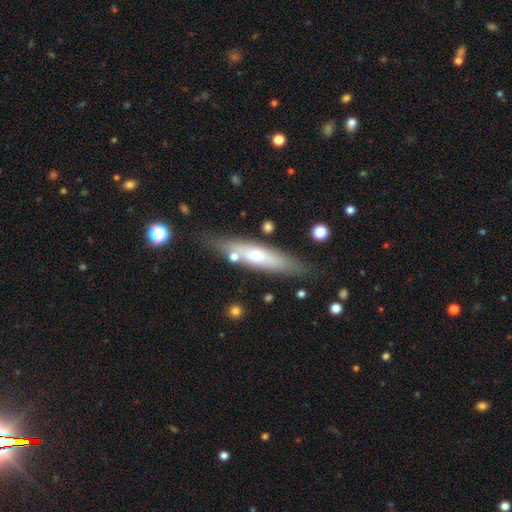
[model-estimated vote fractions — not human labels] smooth-or-featured: smooth: 49% | featured or disk: 45% | star or artifact: 6%
  merging: none: 78% | minor disturbance: 14% | merger: 5% | major disturbance: 3%